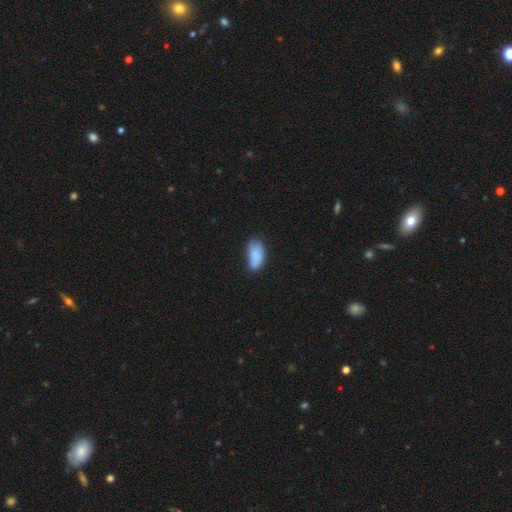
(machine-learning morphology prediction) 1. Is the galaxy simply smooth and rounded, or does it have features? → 81% smooth, 11% featured or disk, 7% star or artifact.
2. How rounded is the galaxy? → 92% in between, 5% cigar-shaped, 3% round.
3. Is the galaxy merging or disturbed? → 51% none, 34% minor disturbance, 9% major disturbance, 6% merger.